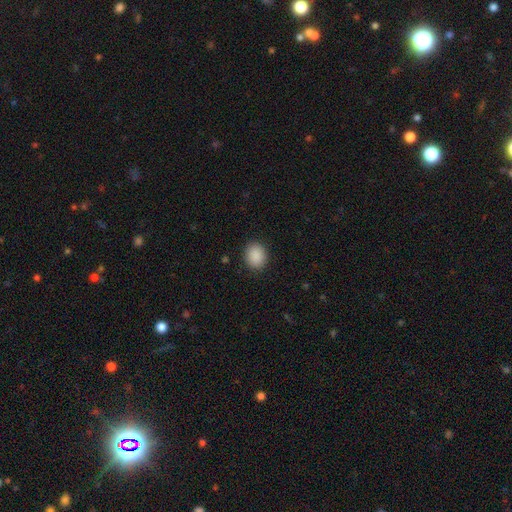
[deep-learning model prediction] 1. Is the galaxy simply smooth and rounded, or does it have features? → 89% smooth, 8% star or artifact, 3% featured or disk.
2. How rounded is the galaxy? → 61% round, 38% in between, 1% cigar-shaped.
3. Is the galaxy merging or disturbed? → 90% none, 7% minor disturbance, 2% major disturbance, 1% merger.